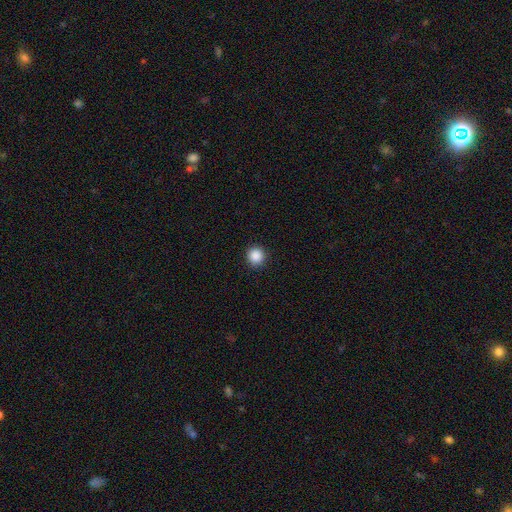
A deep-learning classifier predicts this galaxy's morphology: Q: Smooth or featured?
A: smooth (88%); runner-up: star or artifact (9%)
Q: How rounded?
A: round (94%); runner-up: in between (5%)
Q: Merging?
A: none (93%); runner-up: minor disturbance (5%)